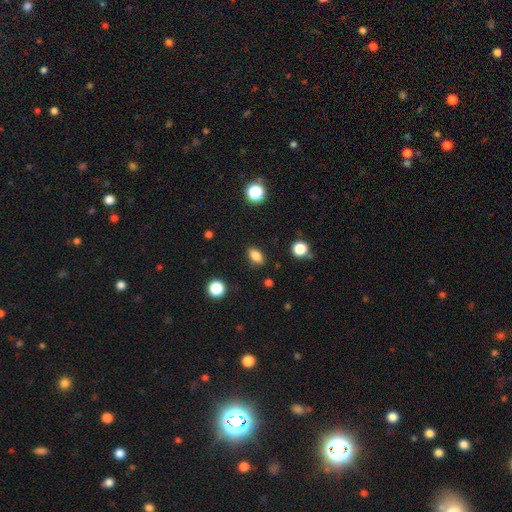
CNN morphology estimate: This appears to be a smooth galaxy with no disk features (82%) that is in between round and cigar-shaped (83%). Merging: none (87%).